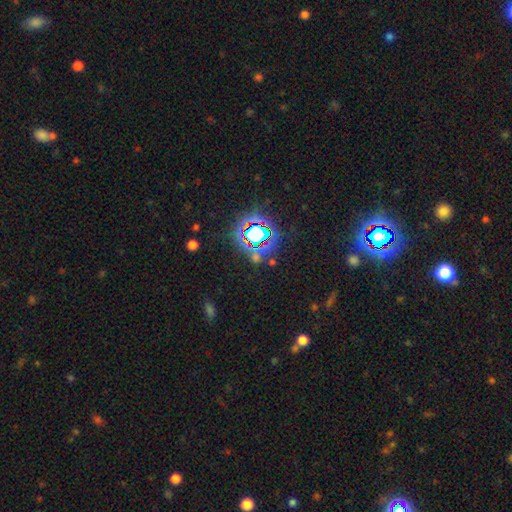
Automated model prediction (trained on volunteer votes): Morphology: type=star or artifact (79%).